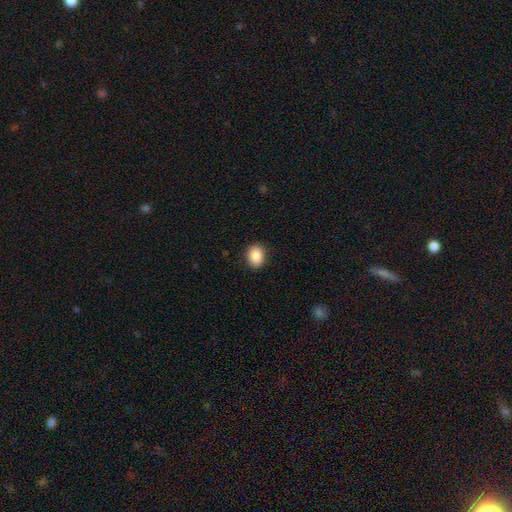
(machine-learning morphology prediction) Smooth or featured? Predicted: smooth (p=0.89). How rounded? Predicted: in between (p=0.64). Merging? Predicted: none (p=0.89).